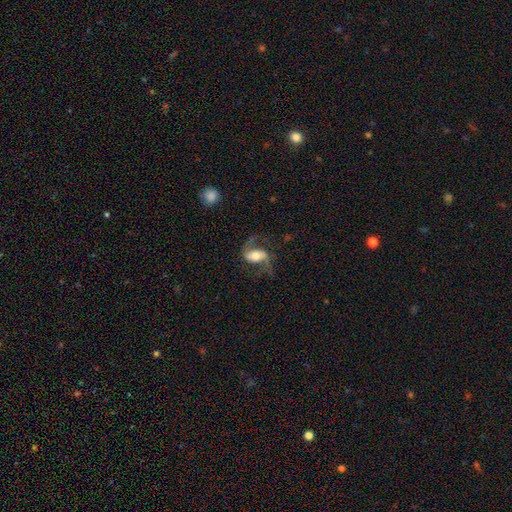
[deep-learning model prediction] Overall: featured or disk (75%). Edge-on disk: no (95%). Bar: weak (35%, tied with strong). Spiral arms: yes (93%). Spiral arm count: 2 (90%). Spiral winding: loose (58%; medium 34%). Bulge size: moderate (58%; large 20%). Merging: none (63%).